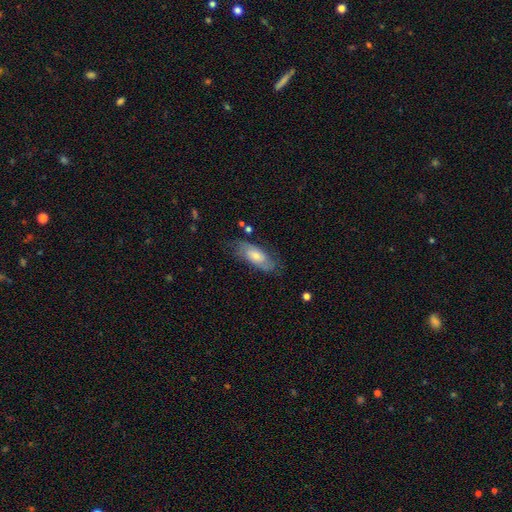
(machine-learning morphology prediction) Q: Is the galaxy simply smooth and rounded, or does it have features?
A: smooth — 54%.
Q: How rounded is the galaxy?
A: in between — 78%.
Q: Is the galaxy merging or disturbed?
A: none — 69%.